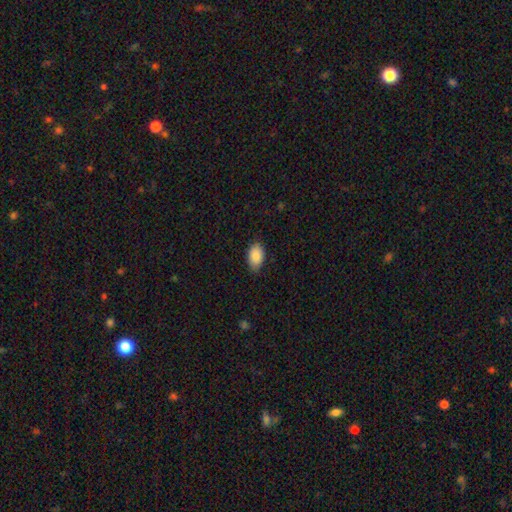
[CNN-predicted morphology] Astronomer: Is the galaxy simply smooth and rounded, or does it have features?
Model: smooth — 88%.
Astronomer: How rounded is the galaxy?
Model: in between — 91%.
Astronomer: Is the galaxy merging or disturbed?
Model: none — 80%.